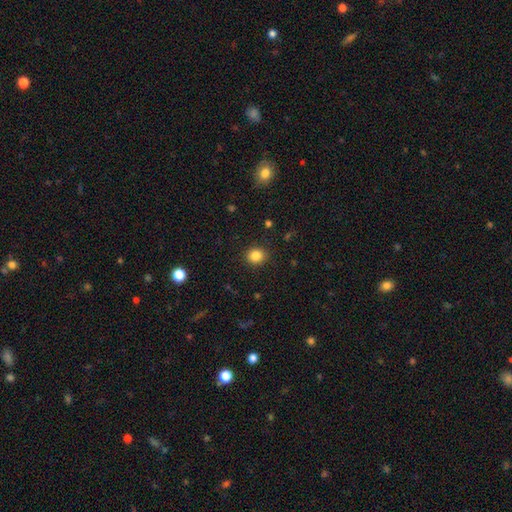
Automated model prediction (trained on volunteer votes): Smooth or featured: smooth — 84% (star or artifact — 11%)
How rounded: round — 78% (in between — 21%)
Merging: none — 90% (minor disturbance — 7%)